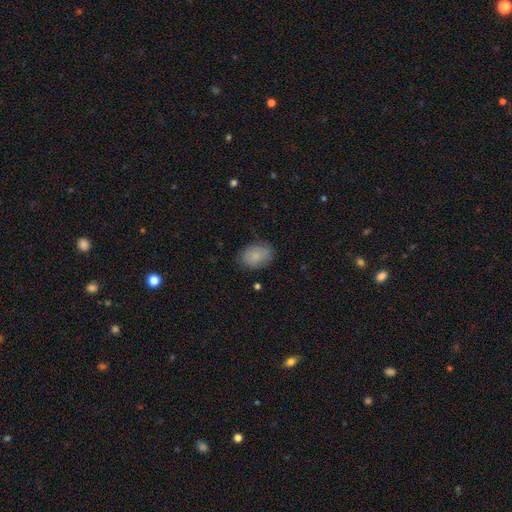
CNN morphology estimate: Smooth or featured? smooth (80%)
How rounded? in between (79%)
Merging? none (74%)